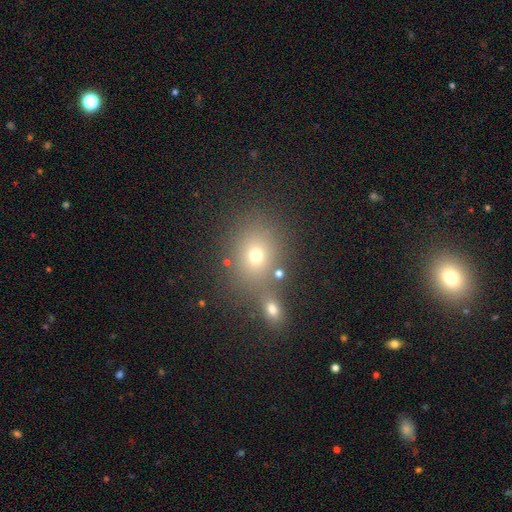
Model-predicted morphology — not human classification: This is likely a smooth galaxy (67%). How rounded: likely round (61%). Merging: likely none (62%).